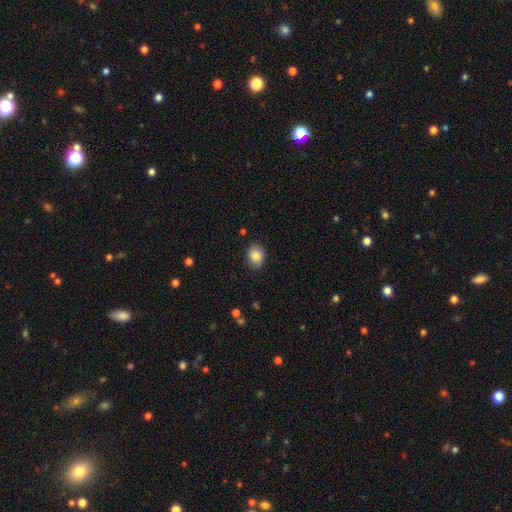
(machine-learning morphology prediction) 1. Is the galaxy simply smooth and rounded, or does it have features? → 85% smooth, 8% star or artifact, 7% featured or disk.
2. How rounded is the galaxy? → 64% in between, 35% round, 1% cigar-shaped.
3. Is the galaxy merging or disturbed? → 84% none, 13% minor disturbance, 3% major disturbance, 1% merger.